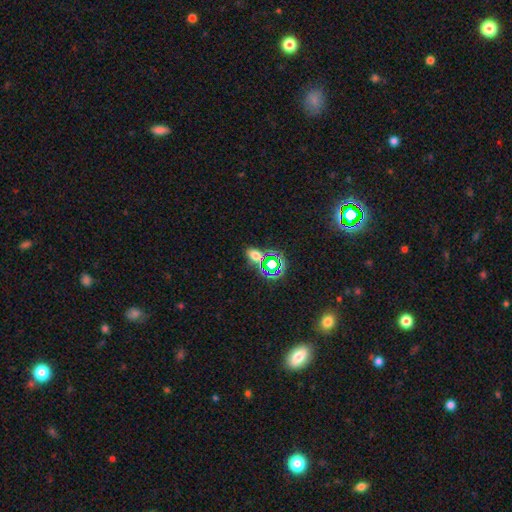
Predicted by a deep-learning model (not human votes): This is possibly a smooth galaxy (52%). How rounded: likely in between (69%). Merging: likely none (72%).